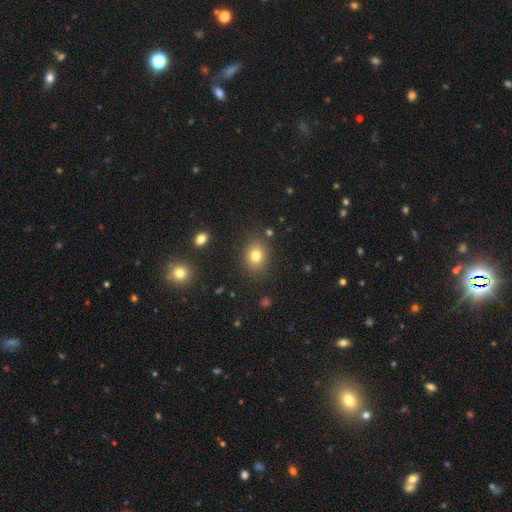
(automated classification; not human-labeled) A smooth galaxy with no disk features (78%) that is round (58%). Merging: none (84%).